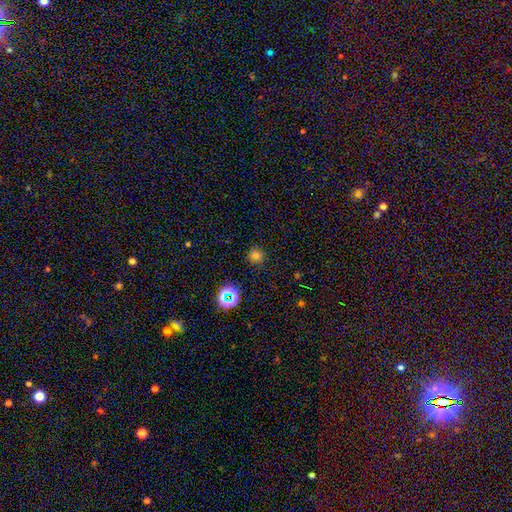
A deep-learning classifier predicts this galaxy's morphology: The model was most divided on "smooth or featured": smooth: 69%, star or artifact: 21%, featured or disk: 9%. More confident: how rounded — round (93%); merging — none (88%).